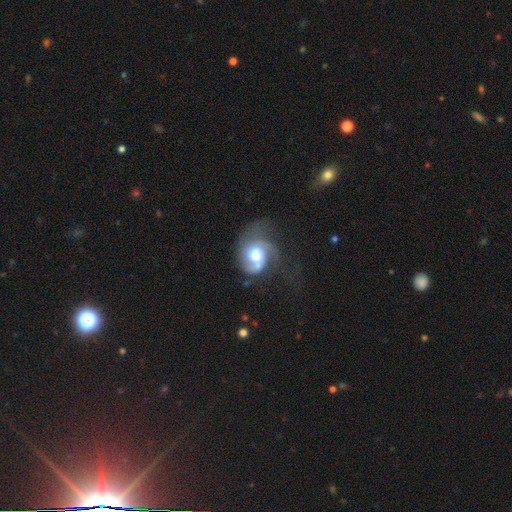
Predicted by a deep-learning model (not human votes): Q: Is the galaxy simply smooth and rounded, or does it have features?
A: featured or disk — 69%.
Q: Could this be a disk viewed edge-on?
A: no — 98%.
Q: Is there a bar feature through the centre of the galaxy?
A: no — 70%.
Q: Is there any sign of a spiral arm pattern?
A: yes — 88%.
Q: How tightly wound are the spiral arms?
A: medium — 42%.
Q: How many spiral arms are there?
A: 2 — 39%.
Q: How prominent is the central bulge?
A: moderate — 42%.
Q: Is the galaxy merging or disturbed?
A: major disturbance — 38%.